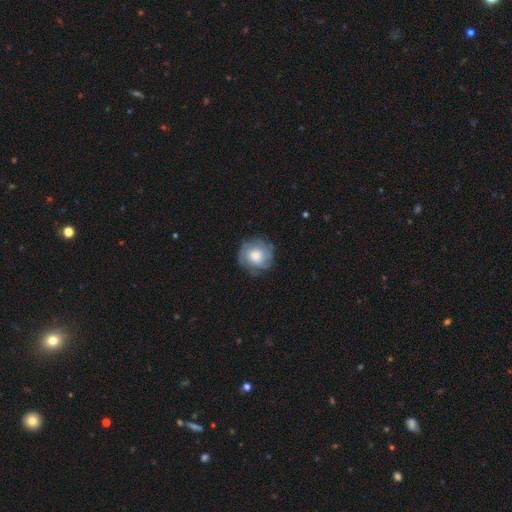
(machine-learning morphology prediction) smooth_or_featured: featured or disk (p=0.49) [alt: smooth p=0.43]
merging: none (p=0.73) [alt: minor disturbance p=0.18]